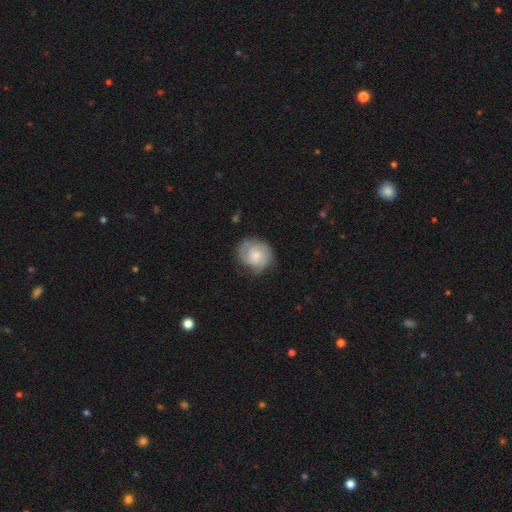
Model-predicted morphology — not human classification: Smooth or featured: featured or disk — 65% (smooth — 30%)
Edge-on disk: no — 98% (yes — 2%)
Bar: no — 71% (weak — 26%)
Spiral arms: yes — 90% (no — 10%)
Spiral winding: tight — 57% (medium — 33%)
Spiral arm count: 2 — 46% (can't tell — 25%)
Bulge size: small — 45% (moderate — 41%)
Merging: none — 67% (minor disturbance — 23%)